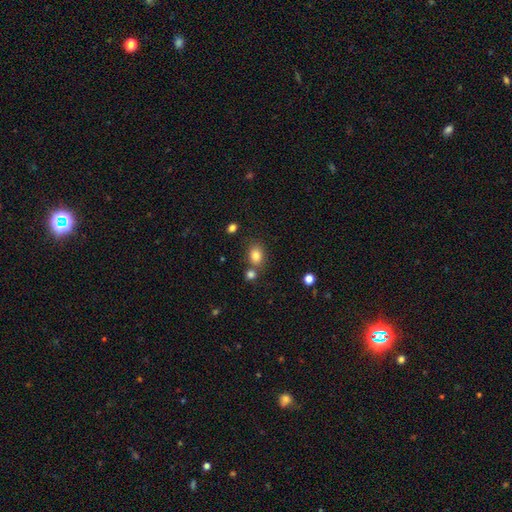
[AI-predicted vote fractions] Morphology: type=smooth (82%); roundness=in between (57%); merging=none (66%).